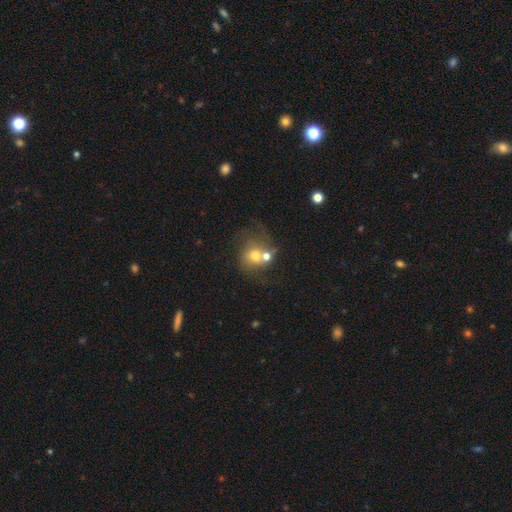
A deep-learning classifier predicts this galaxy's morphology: The model was most divided on "smooth or featured": smooth: 49%, featured or disk: 38%, star or artifact: 13%. Remaining: merging — merger (43%).